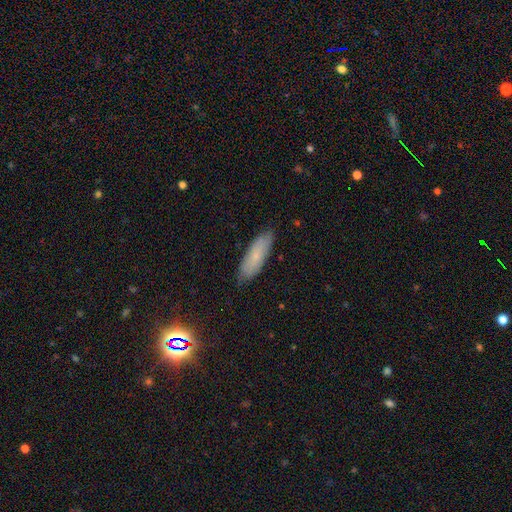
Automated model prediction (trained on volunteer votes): This appears to be a smooth galaxy with no disk features (69%) that is cigar-shaped (52%). Merging: none (82%).